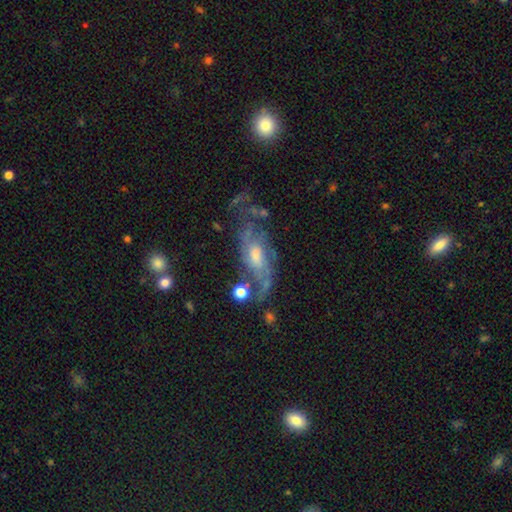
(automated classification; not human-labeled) Overall: featured or disk (80%). Edge-on disk: no (91%). Bar: no (55%; weak 38%). Spiral arms: yes (89%). Spiral arm count: 2 (43%; can't tell 29%). Spiral winding: medium (43%; loose 34%). Bulge size: moderate (57%; small 24%). Merging: none (51%; minor disturbance 22%).